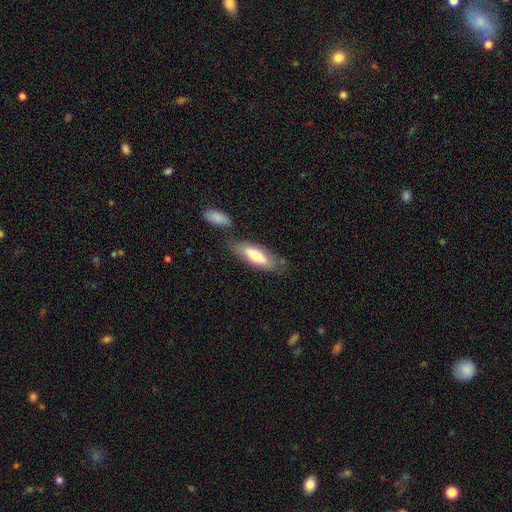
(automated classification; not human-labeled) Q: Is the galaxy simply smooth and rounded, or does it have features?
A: smooth — 62%.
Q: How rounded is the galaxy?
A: in between — 57%.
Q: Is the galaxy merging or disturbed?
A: none — 63%.